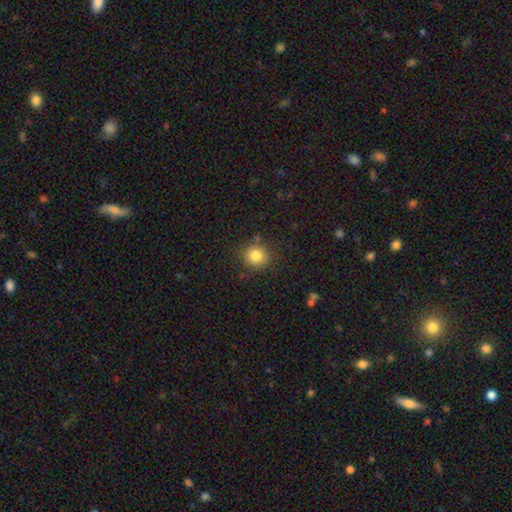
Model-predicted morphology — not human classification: Smooth or featured? Predicted: smooth (p=0.83). How rounded? Predicted: round (p=0.86). Merging? Predicted: none (p=0.84).